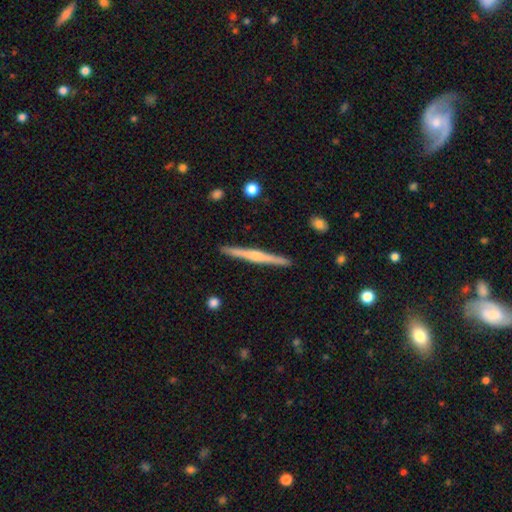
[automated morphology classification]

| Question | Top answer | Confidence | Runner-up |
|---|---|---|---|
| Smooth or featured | featured or disk | 70% | smooth (24%) |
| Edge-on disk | yes | 98% | no (2%) |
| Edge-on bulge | rounded | 72% | none (16%) |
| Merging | none | 92% | minor disturbance (6%) |